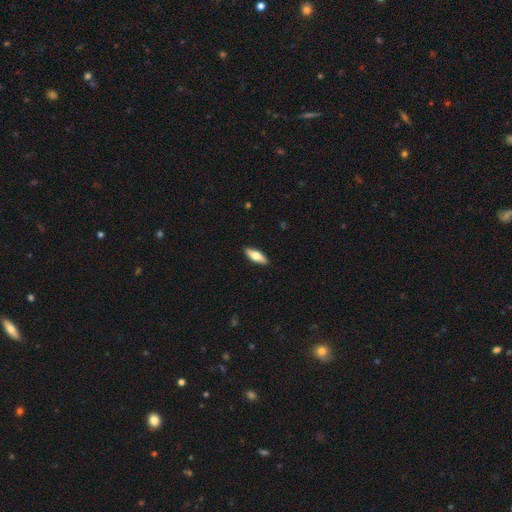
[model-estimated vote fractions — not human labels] Smooth or featured: smooth — 69% (featured or disk — 25%)
How rounded: in between — 62% (cigar-shaped — 36%)
Merging: none — 90% (minor disturbance — 8%)